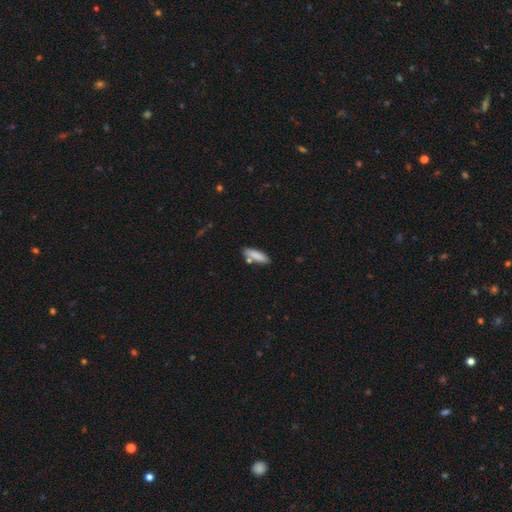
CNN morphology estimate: smooth_or_featured: smooth (p=0.85) [alt: featured or disk p=0.09]
how_rounded: cigar-shaped (p=0.60) [alt: in between p=0.38]
merging: none (p=0.75) [alt: minor disturbance p=0.13]